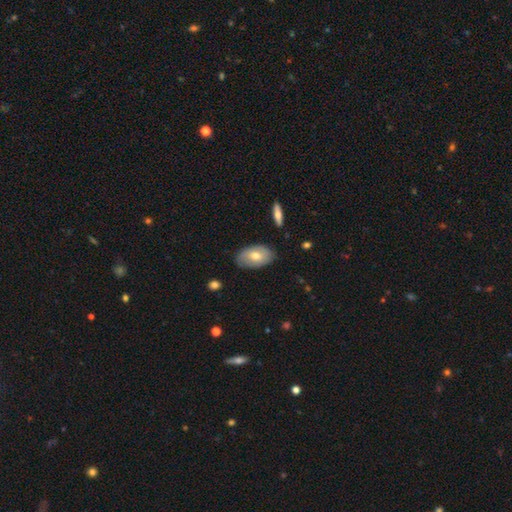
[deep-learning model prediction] Smooth or featured: smooth — 64% (featured or disk — 29%)
How rounded: in between — 93% (round — 5%)
Merging: none — 79% (minor disturbance — 17%)